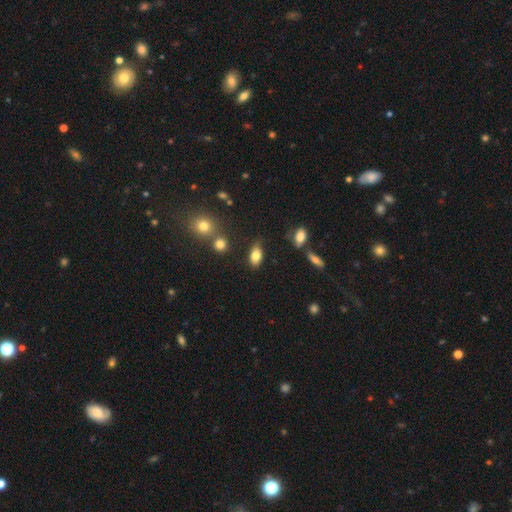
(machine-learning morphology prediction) Smooth or featured? smooth (81%)
How rounded? in between (88%)
Merging? none (72%)